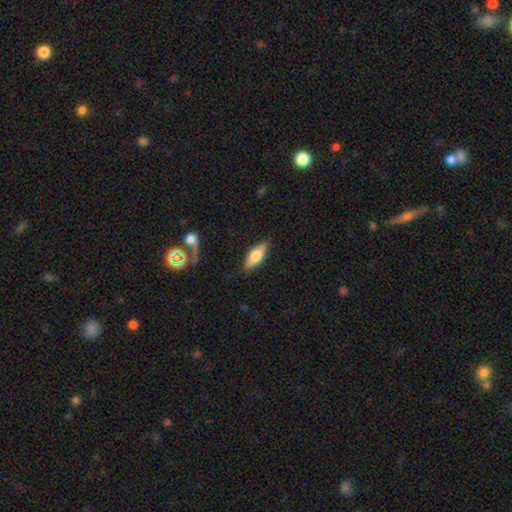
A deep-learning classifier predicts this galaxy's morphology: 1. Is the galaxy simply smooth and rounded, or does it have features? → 57% smooth, 36% featured or disk, 7% star or artifact.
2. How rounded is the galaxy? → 66% in between, 32% cigar-shaped, 3% round.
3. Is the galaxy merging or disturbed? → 84% none, 12% minor disturbance, 3% major disturbance, 2% merger.